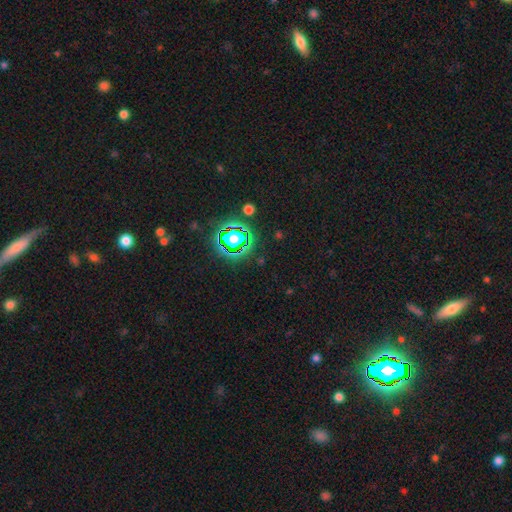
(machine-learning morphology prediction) A star or artifact, not a galaxy (78%).